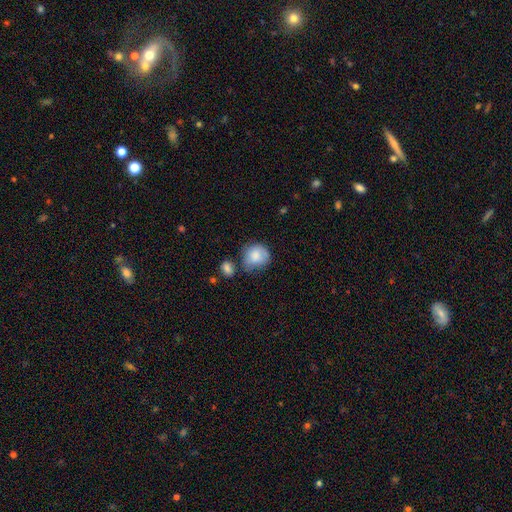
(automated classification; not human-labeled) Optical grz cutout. It shows a smooth galaxy with no disk features (78%) that is round (79%). Merging: none (49%).